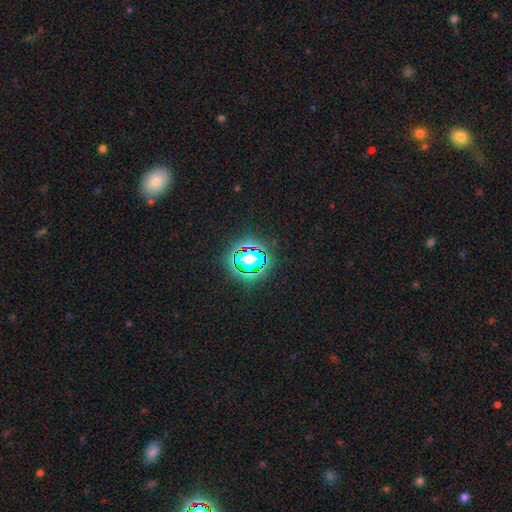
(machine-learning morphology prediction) star or artifact 71%, smooth 19%, featured or disk 11%.